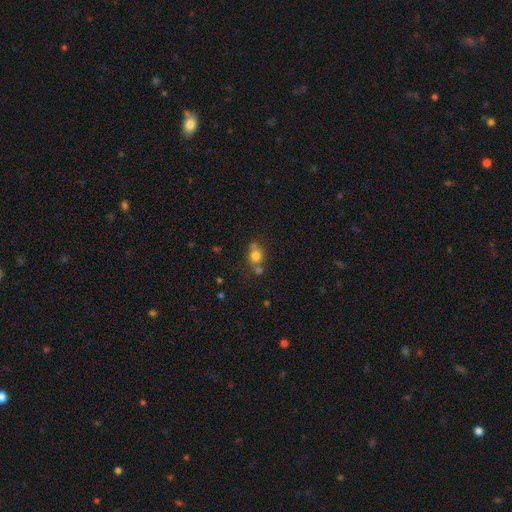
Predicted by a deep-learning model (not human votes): smooth_or_featured: smooth (p=0.74) [alt: star or artifact p=0.14]
how_rounded: round (p=0.75) [alt: in between p=0.24]
merging: none (p=0.54) [alt: merger p=0.30]